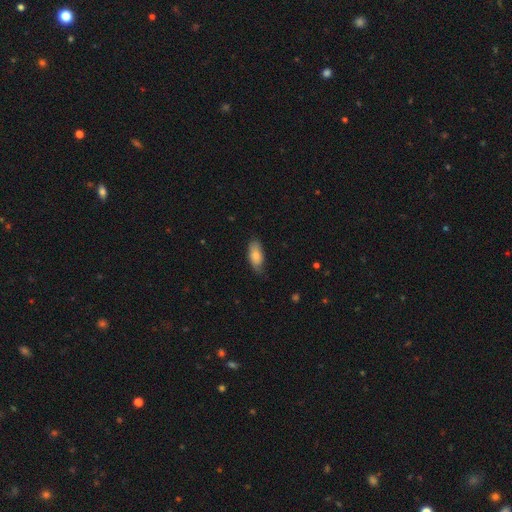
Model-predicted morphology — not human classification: A smooth galaxy with no disk features (79%) that is in between round and cigar-shaped (87%).

Vote fractions:
- Smooth or featured? smooth: 79% / featured or disk: 15% / star or artifact: 6%
- How rounded? in between: 87% / cigar-shaped: 10% / round: 3%
- Merging? none: 68% / minor disturbance: 26% / major disturbance: 5% / merger: 1%